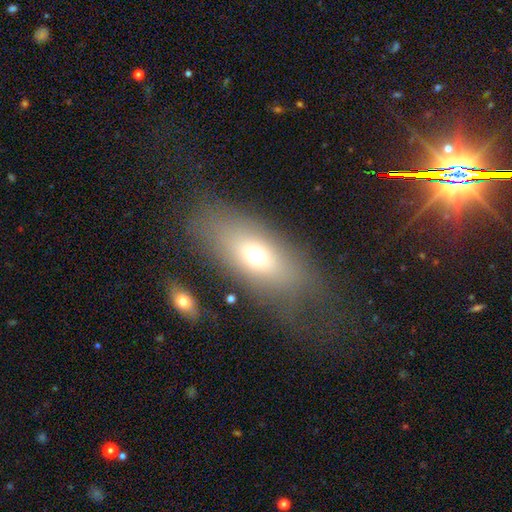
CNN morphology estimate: Q: Smooth or featured?
A: smooth (65%); runner-up: featured or disk (21%)
Q: How rounded?
A: in between (75%); runner-up: round (14%)
Q: Merging?
A: none (70%); runner-up: minor disturbance (14%)